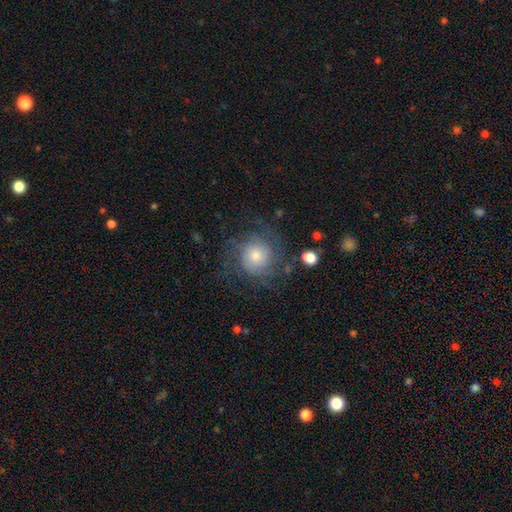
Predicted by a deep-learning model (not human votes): Smooth or featured: featured or disk — 56% (smooth — 35%)
Edge-on disk: no — 97% (yes — 3%)
Bar: no — 81% (weak — 16%)
Spiral arms: yes — 84% (no — 16%)
Bulge size: moderate — 51% (small — 27%)
Merging: none — 68% (minor disturbance — 16%)